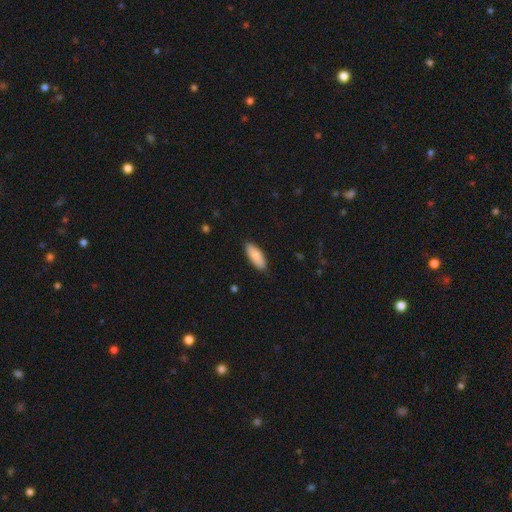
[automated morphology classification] This appears to be a smooth galaxy with no disk features (87%) that is in between round and cigar-shaped (73%). Merging: none (88%).